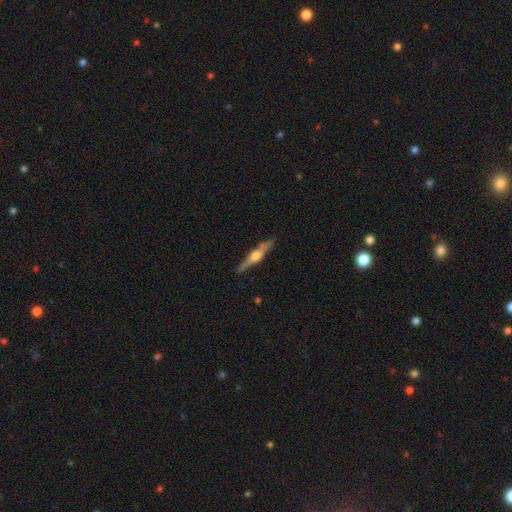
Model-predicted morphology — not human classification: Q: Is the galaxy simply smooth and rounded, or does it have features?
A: featured or disk — 77%.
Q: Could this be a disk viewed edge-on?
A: yes — 98%.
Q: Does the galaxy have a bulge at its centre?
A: rounded — 92%.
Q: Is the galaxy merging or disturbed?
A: none — 87%.